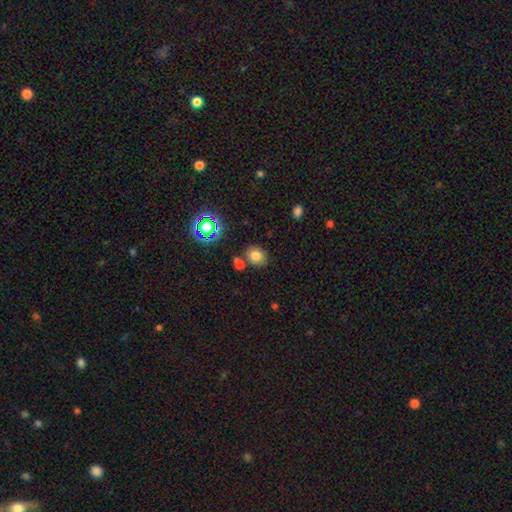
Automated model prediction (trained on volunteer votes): smooth_or_featured: smooth (p=0.76) [alt: star or artifact p=0.16]
how_rounded: round (p=0.56) [alt: in between p=0.43]
merging: none (p=0.72) [alt: merger p=0.14]